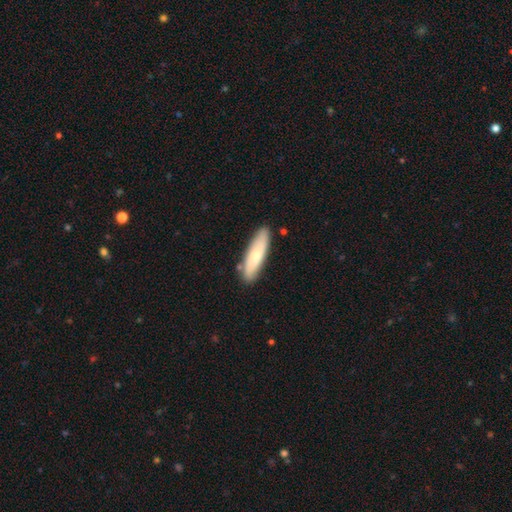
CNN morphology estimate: smooth-or-featured: smooth: 65% | featured or disk: 29% | star or artifact: 5%
  how-rounded: cigar-shaped: 64% | in between: 35% | round: 2%
  merging: none: 83% | minor disturbance: 12% | merger: 3% | major disturbance: 2%